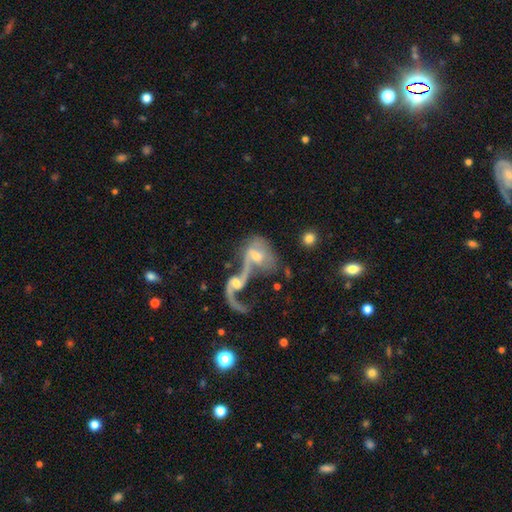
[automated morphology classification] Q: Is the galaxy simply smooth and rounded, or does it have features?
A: featured or disk — 67%.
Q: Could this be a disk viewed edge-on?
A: no — 95%.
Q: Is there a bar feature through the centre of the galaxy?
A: no — 45%.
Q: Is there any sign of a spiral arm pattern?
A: yes — 73%.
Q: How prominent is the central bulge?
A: moderate — 53%.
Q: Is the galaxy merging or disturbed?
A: merger — 67%.